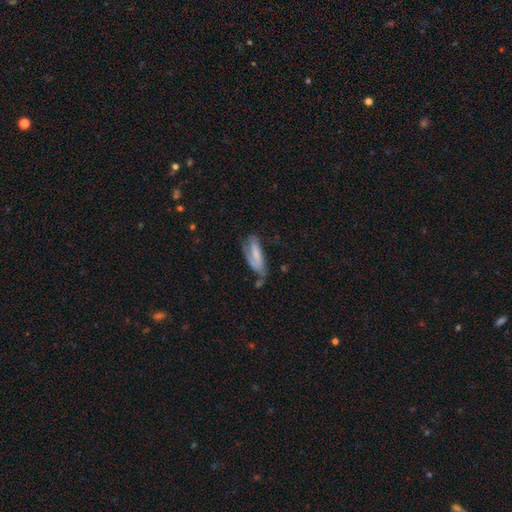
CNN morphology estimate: Smooth or featured? Predicted: featured or disk (p=0.47). Merging? Predicted: none (p=0.39).